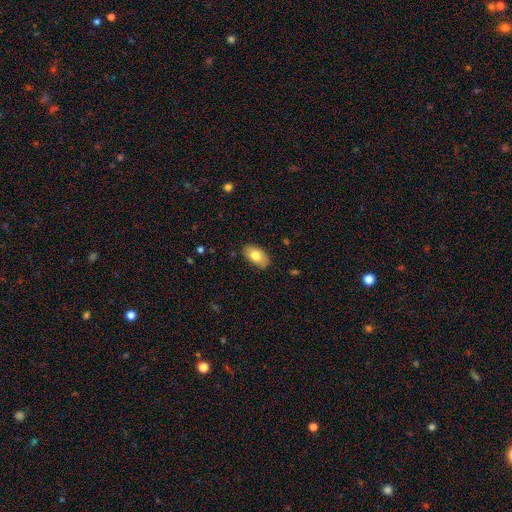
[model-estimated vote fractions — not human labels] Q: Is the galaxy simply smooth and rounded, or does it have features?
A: smooth — 78%.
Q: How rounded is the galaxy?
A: in between — 93%.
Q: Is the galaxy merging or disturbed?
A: none — 82%.